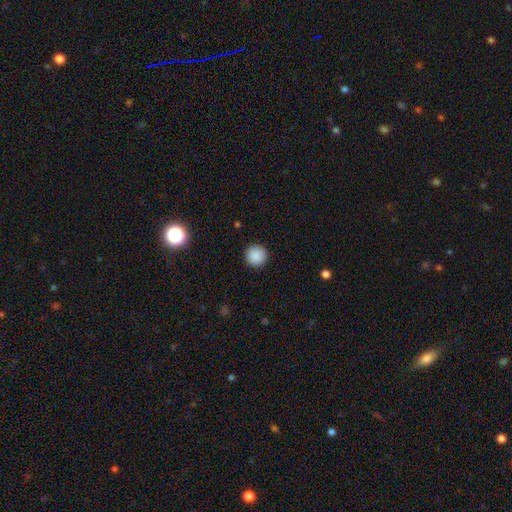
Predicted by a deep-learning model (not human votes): This is clearly a smooth galaxy (88%). How rounded: clearly round (96%). Merging: clearly none (92%).